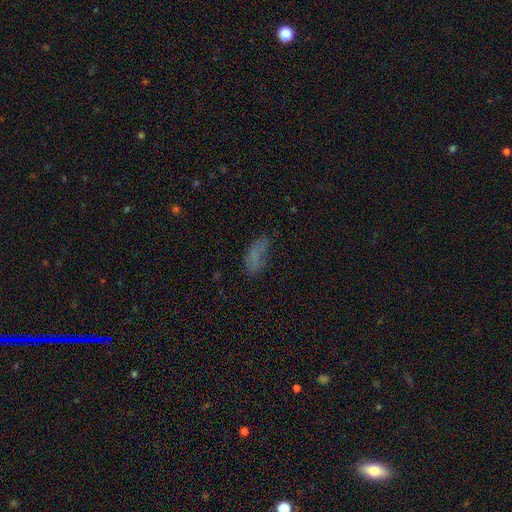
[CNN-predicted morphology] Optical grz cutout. It shows a smooth galaxy with no disk features (67%) that is in between round and cigar-shaped (81%). Merging: none (52%).